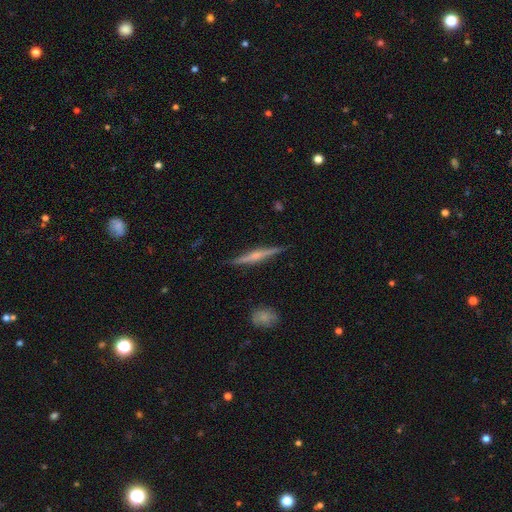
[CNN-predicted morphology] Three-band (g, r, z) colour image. It shows a featured or disk galaxy (71%) viewed edge-on (98%) with a rounded central bulge (70%). Merging: none (89%).